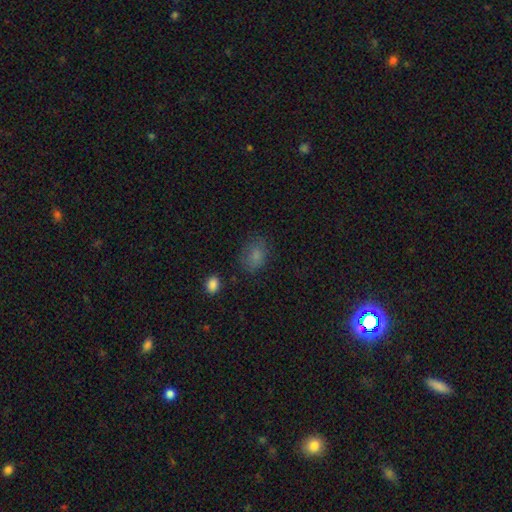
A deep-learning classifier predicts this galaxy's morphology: This appears to be a smooth galaxy with no disk features (79%) that is in between round and cigar-shaped (66%). Merging: none (68%).